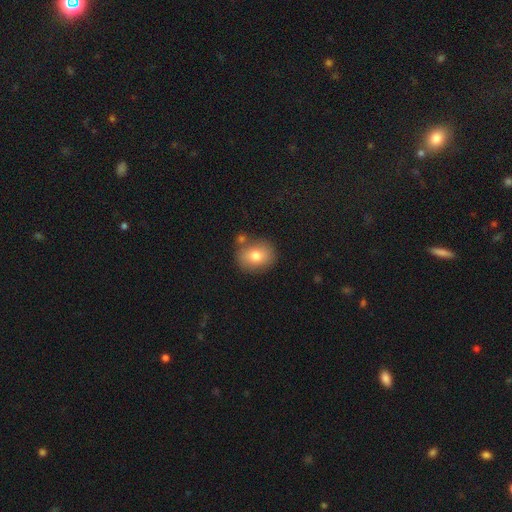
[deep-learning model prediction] Smooth or featured? smooth (78%)
How rounded? round (58%)
Merging? none (76%)